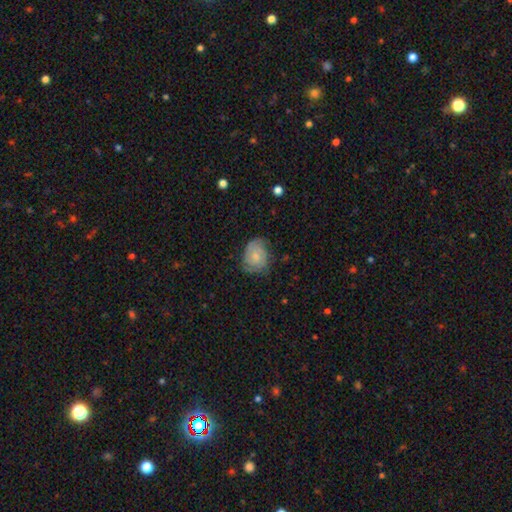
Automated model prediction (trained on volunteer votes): featured or disk 67%, smooth 26%, star or artifact 7%. Down the decision tree: edge-on disk — no (98%); bar — no (68%); spiral arms — yes (93%); spiral arm count — 2 (55%); spiral winding — tight (60%); bulge size — small (59%); merging — none (68%).